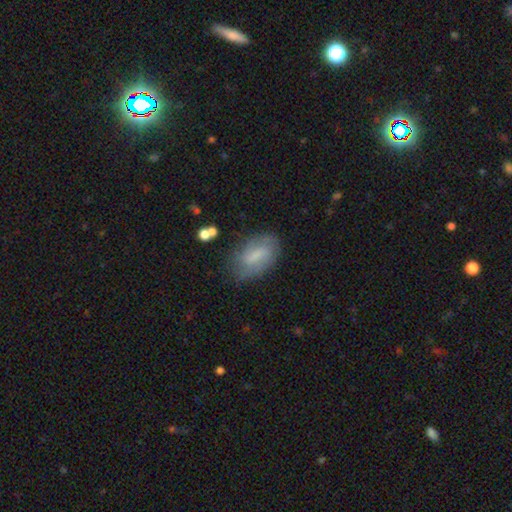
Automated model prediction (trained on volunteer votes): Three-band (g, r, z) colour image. It shows a smooth galaxy with no disk features (55%) that is in between round and cigar-shaped (89%). Merging: none (70%).